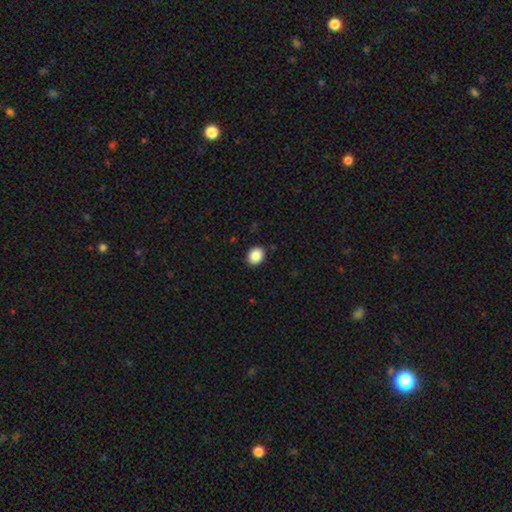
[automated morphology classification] Q: Smooth or featured?
A: smooth (88%); runner-up: star or artifact (9%)
Q: How rounded?
A: round (56%); runner-up: in between (43%)
Q: Merging?
A: none (89%); runner-up: minor disturbance (8%)